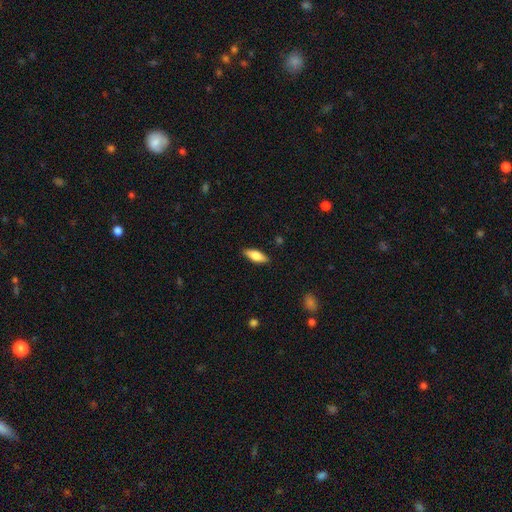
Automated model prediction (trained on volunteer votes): The model was most divided on "how rounded": in between: 67%, cigar-shaped: 31%, round: 2%. More confident: merging — none (87%); smooth or featured — smooth (69%).